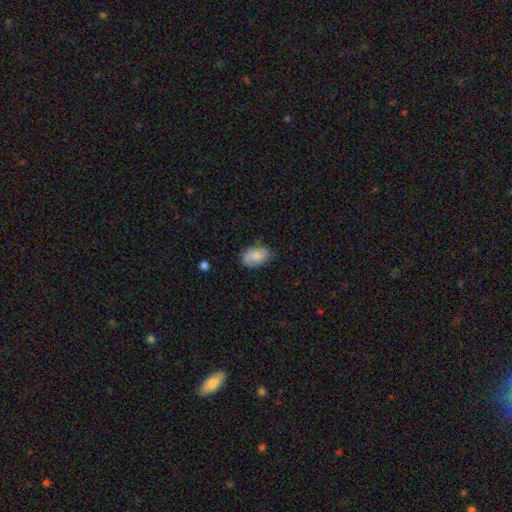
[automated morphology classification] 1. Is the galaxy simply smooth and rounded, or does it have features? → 64% smooth, 28% featured or disk, 8% star or artifact.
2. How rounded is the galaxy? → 89% in between, 10% round, 1% cigar-shaped.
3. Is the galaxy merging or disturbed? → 76% none, 18% minor disturbance, 4% major disturbance, 1% merger.